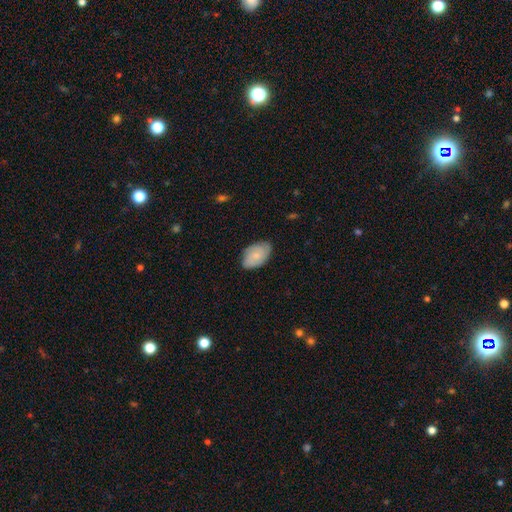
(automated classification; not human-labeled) The model was most divided on "smooth or featured": smooth: 60%, featured or disk: 34%, star or artifact: 6%. More confident: how rounded — in between (91%); merging — none (76%).